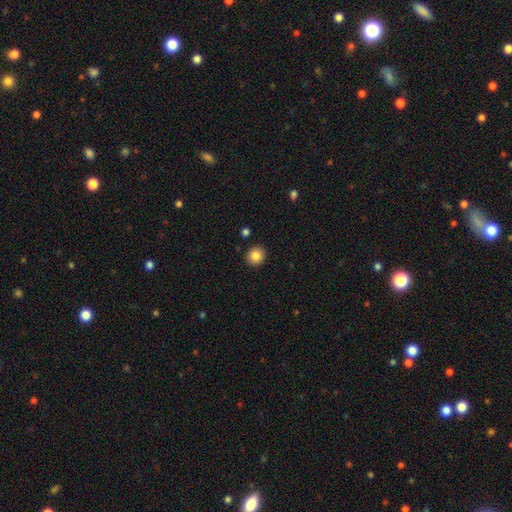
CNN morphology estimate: Smooth or featured: smooth — 85% (star or artifact — 9%)
How rounded: round — 88% (in between — 11%)
Merging: none — 91% (minor disturbance — 6%)